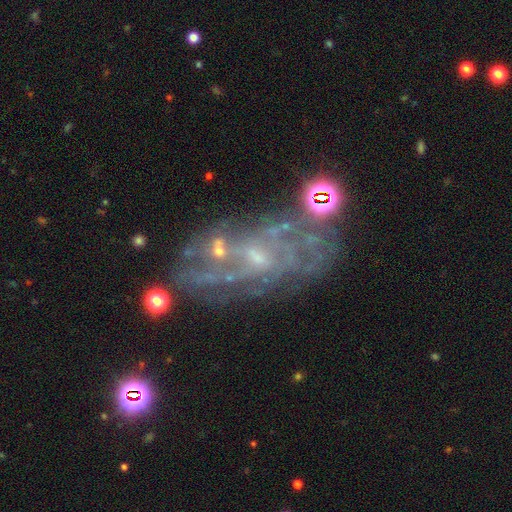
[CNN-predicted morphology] Q: Smooth or featured?
A: featured or disk (75%); runner-up: star or artifact (14%)
Q: Edge-on disk?
A: no (94%); runner-up: yes (6%)
Q: Bar?
A: no (58%); runner-up: weak (33%)
Q: Spiral arms?
A: yes (76%); runner-up: no (24%)
Q: Spiral winding?
A: tight (42%); runner-up: medium (38%)
Q: Spiral arm count?
A: can't tell (49%); runner-up: 2 (18%)
Q: Bulge size?
A: small (73%); runner-up: moderate (13%)
Q: Merging?
A: none (55%); runner-up: minor disturbance (18%)